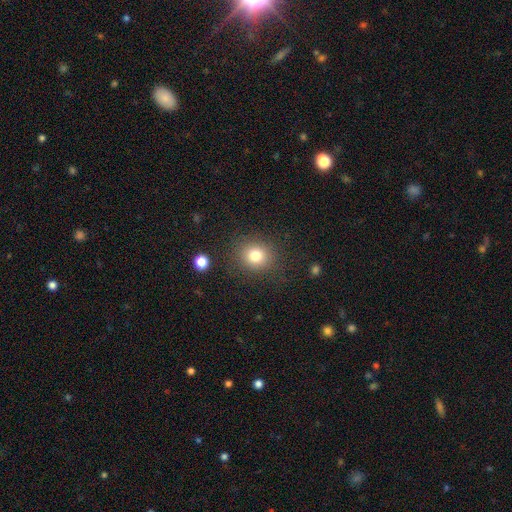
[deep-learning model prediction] This appears to be a smooth galaxy with no disk features (71%) that is round (84%). Merging: none (90%).